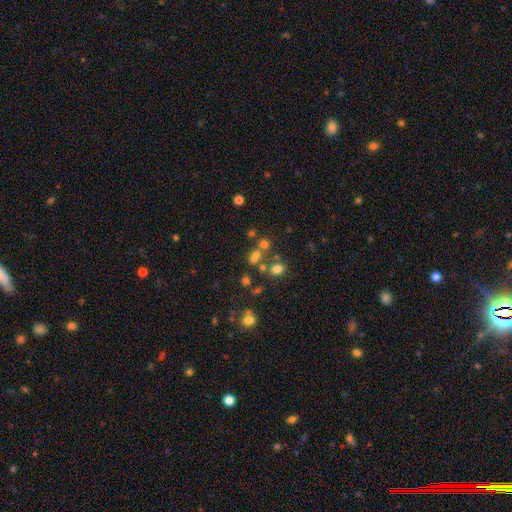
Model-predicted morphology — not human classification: smooth_or_featured: smooth (p=0.52) [alt: star or artifact p=0.33]
how_rounded: round (p=0.77) [alt: in between p=0.21]
merging: none (p=0.57) [alt: merger p=0.29]